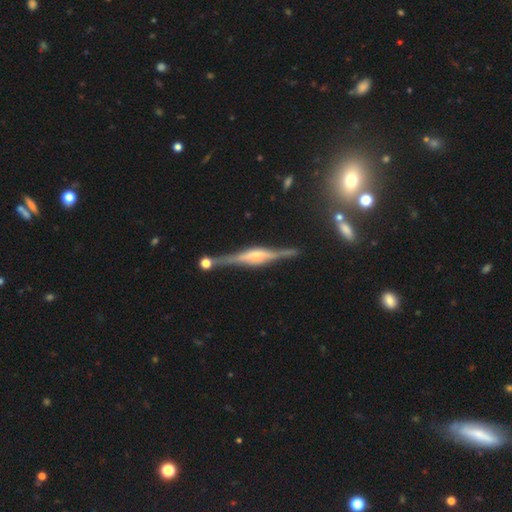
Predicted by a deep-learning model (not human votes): Smooth or featured: featured or disk — 86% (smooth — 8%)
Edge-on disk: yes — 97% (no — 3%)
Edge-on bulge: rounded — 61% (boxy — 34%)
Merging: none — 80% (minor disturbance — 12%)